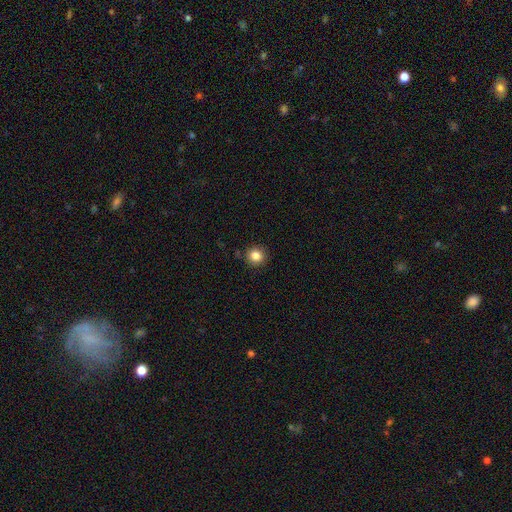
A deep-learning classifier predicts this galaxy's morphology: Smooth or featured? Predicted: smooth (p=0.84). How rounded? Predicted: round (p=0.92). Merging? Predicted: none (p=0.89).